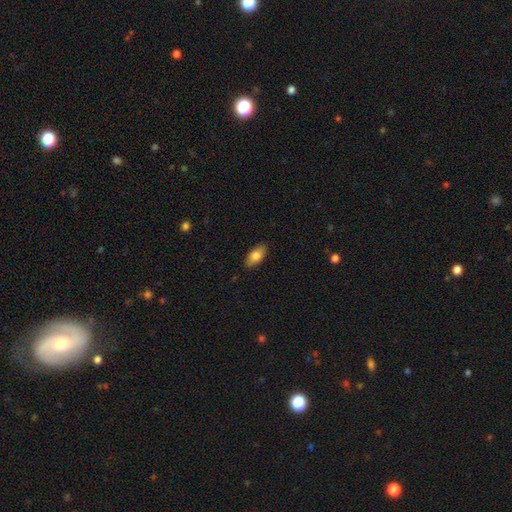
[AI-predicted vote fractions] A smooth galaxy with no disk features (80%) that is in between round and cigar-shaped (90%).

Vote fractions:
- Smooth or featured? smooth: 80% / featured or disk: 13% / star or artifact: 7%
- How rounded? in between: 90% / cigar-shaped: 7% / round: 3%
- Merging? none: 87% / minor disturbance: 10% / major disturbance: 2% / merger: 1%